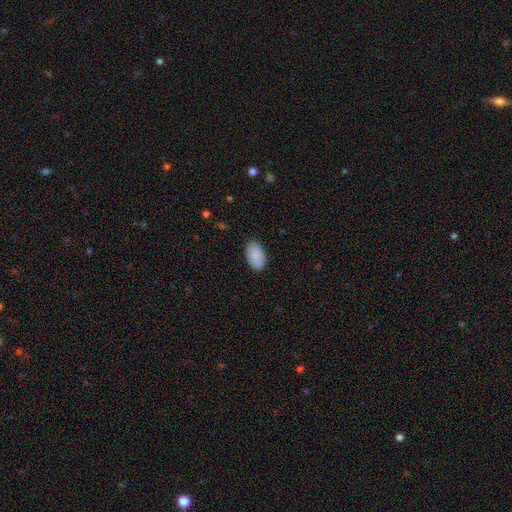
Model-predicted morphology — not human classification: The model was most divided on "merging": none: 88%, minor disturbance: 9%, major disturbance: 2%, merger: 1%. More confident: how rounded — in between (95%); smooth or featured — smooth (90%).